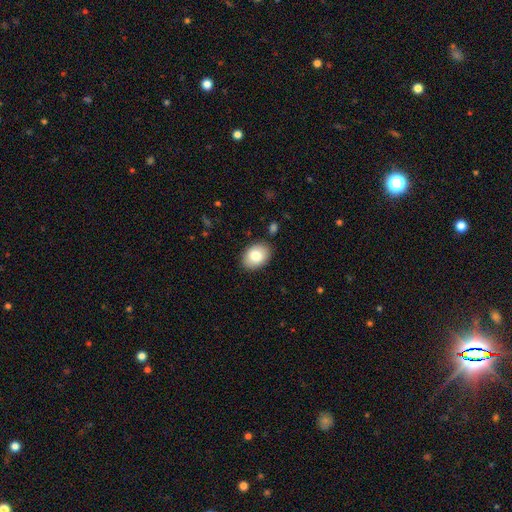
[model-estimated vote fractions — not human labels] smooth_or_featured: smooth (p=0.82) [alt: featured or disk p=0.11]
how_rounded: in between (p=0.75) [alt: round p=0.24]
merging: none (p=0.86) [alt: minor disturbance p=0.10]